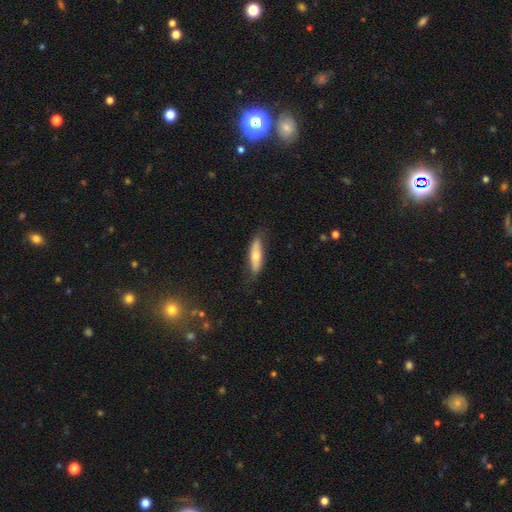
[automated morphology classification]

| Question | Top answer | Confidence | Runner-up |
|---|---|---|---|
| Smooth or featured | smooth | 58% | featured or disk (36%) |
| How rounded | cigar-shaped | 61% | in between (37%) |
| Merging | none | 74% | minor disturbance (19%) |